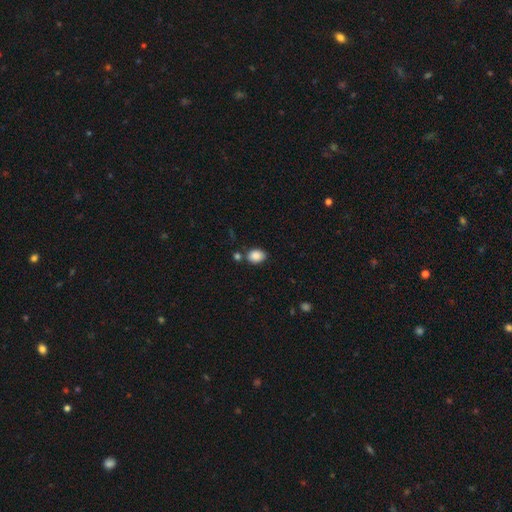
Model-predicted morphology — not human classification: smooth-or-featured: smooth: 88% | star or artifact: 8% | featured or disk: 4%
  how-rounded: in between: 68% | round: 31% | cigar-shaped: 1%
  merging: none: 70% | minor disturbance: 14% | merger: 12% | major disturbance: 4%